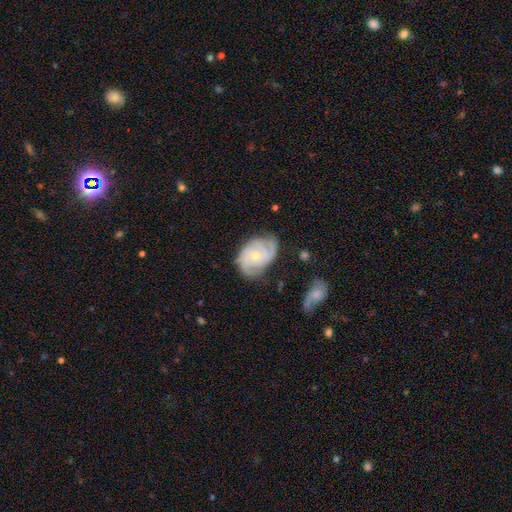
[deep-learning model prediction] Smooth or featured?
  - featured or disk: 77% *
  - smooth: 17%
  - star or artifact: 6%
Edge-on disk?
  - no: 97% *
  - yes: 3%
Bar?
  - no: 74% *
  - weak: 22%
  - strong: 3%
Spiral arms?
  - yes: 93% *
  - no: 7%
Spiral winding?
  - tight: 52% *
  - medium: 37%
  - loose: 11%
Spiral arm count?
  - 2: 38% *
  - 3: 25%
  - can't tell: 24%
  - 4: 6%
  - 1: 4%
  - more than 4: 4%
Bulge size?
  - small: 61% *
  - moderate: 36%
  - none: 1%
  - large: 1%
  - dominant: 1%
Merging?
  - none: 66% *
  - minor disturbance: 24%
  - major disturbance: 8%
  - merger: 2%